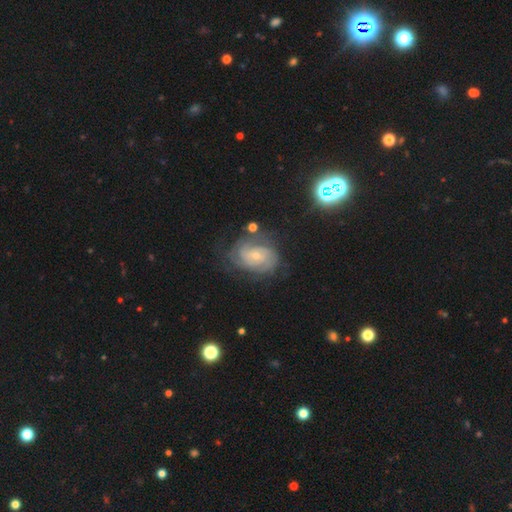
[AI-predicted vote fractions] smooth_or_featured: featured or disk (p=0.79) [alt: smooth p=0.13]
disk_edge_on: no (p=0.97) [alt: yes p=0.03]
bar: no (p=0.66) [alt: weak p=0.28]
has_spiral_arms: yes (p=0.92) [alt: no p=0.08]
spiral_winding: tight (p=0.65) [alt: medium p=0.27]
spiral_arm_count: can't tell (p=0.41) [alt: 2 p=0.25]
bulge_size: small (p=0.67) [alt: moderate p=0.29]
merging: none (p=0.64) [alt: minor disturbance p=0.21]